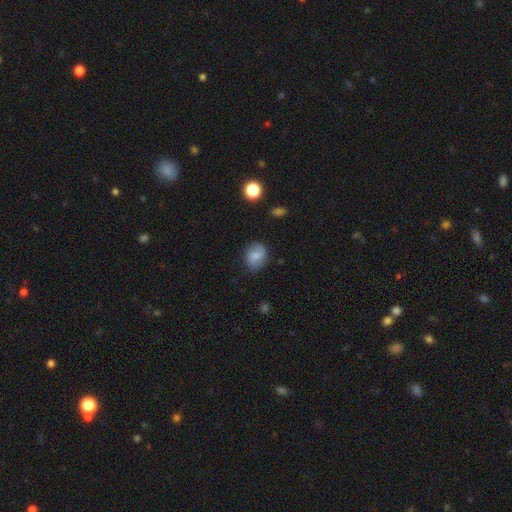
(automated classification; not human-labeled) Morphology: type=smooth (69%); roundness=round (64%); merging=none (77%).